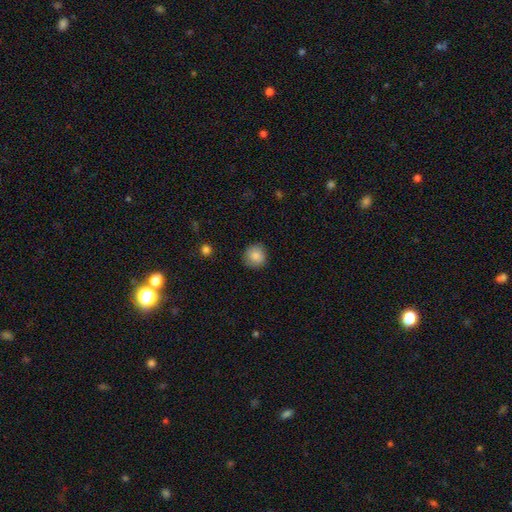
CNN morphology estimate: A smooth galaxy with no disk features (86%) that is round (93%).

Vote fractions:
- Smooth or featured? smooth: 86% / star or artifact: 8% / featured or disk: 6%
- How rounded? round: 93% / in between: 6% / cigar-shaped: 1%
- Merging? none: 87% / minor disturbance: 10% / major disturbance: 2% / merger: 1%